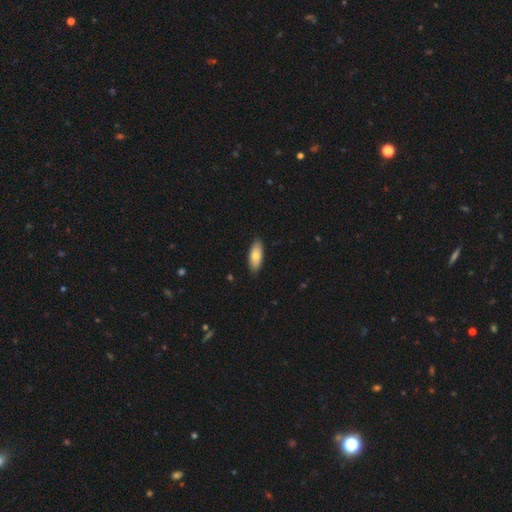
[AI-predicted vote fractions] This appears to be a smooth galaxy with no disk features (76%) that is in between round and cigar-shaped (80%). Merging: none (87%).